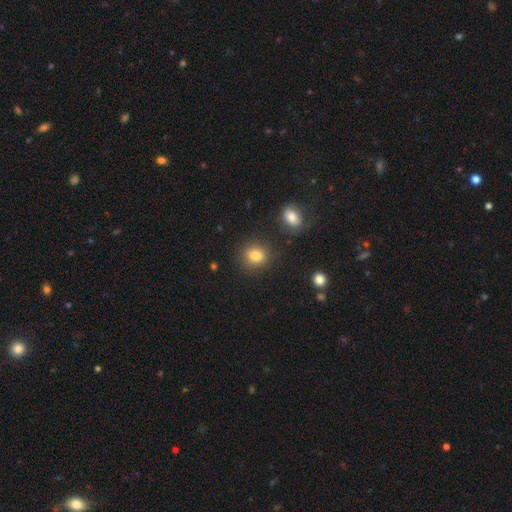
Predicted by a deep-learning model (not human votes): Morphology: type=smooth (83%); roundness=round (70%); merging=none (85%).